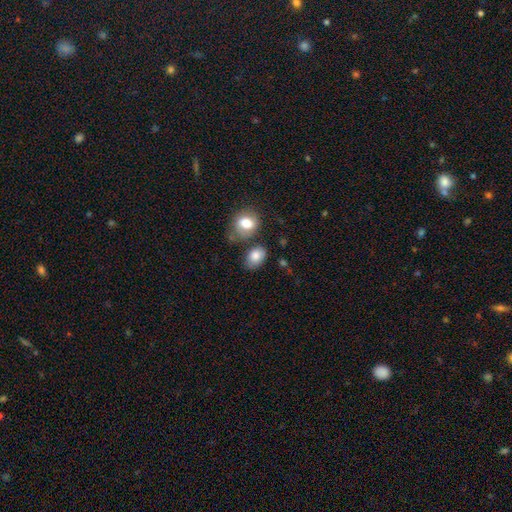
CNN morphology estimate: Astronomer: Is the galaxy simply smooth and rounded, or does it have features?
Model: smooth — 82%.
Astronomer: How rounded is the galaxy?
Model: in between — 76%.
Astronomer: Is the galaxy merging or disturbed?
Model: none — 62%.